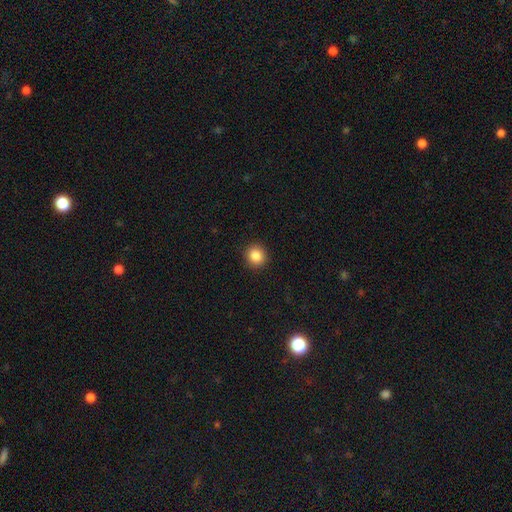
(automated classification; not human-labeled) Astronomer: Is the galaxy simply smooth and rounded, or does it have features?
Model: smooth — 85%.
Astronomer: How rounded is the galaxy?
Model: round — 90%.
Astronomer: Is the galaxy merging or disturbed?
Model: none — 92%.